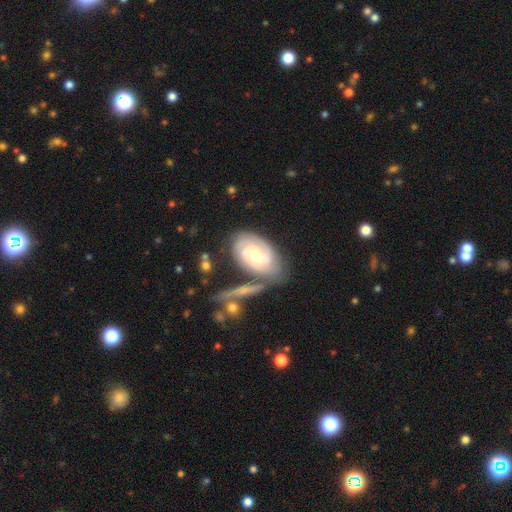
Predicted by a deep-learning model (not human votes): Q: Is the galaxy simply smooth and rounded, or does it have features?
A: featured or disk — 77%.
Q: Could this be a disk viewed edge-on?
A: no — 95%.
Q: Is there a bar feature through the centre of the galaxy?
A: no — 59%.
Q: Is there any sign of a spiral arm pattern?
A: yes — 94%.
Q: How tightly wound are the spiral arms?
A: tight — 65%.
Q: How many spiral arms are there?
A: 2 — 36%.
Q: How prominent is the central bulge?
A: moderate — 55%.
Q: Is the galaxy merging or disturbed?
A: none — 61%.